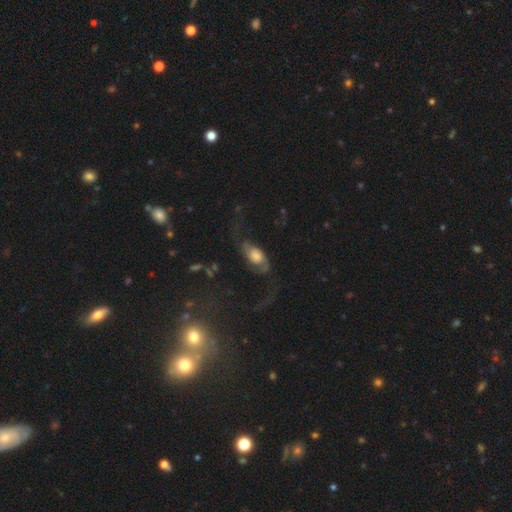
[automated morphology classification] A featured or disk galaxy (65%) with no bar (67%), 2 (87%) loose (68%) spiral arms (88%) and a large central bulge (37%, tied with moderate).

Vote fractions:
- Smooth or featured? featured or disk: 65% / smooth: 27% / star or artifact: 8%
- Edge-on disk? no: 90% / yes: 10%
- Bar? no: 67% / weak: 26% / strong: 7%
- Spiral arms? yes: 88% / no: 12%
- Spiral winding? loose: 68% / medium: 24% / tight: 8%
- Spiral arm count? 2: 87% / can't tell: 5% / 1: 4% / 3: 2% / 4: 1% / more than 4: 1%
- Bulge size? large: 37% (tied) / moderate: 37% (tied) / small: 13% / dominant: 8% / none: 5%
- Merging? none: 47% / major disturbance: 31% / minor disturbance: 18% / merger: 3%